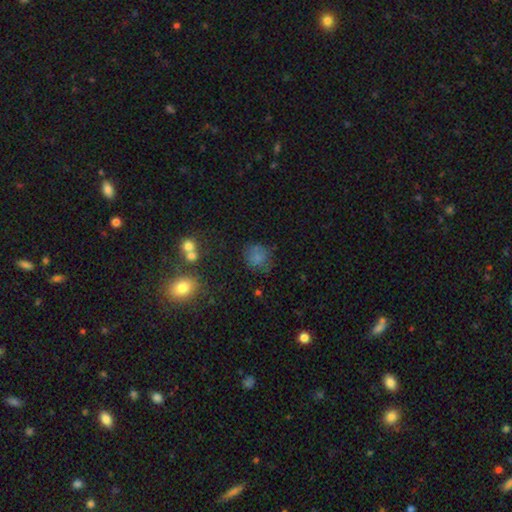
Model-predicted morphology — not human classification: The model was most divided on "smooth or featured": smooth: 63%, star or artifact: 24%, featured or disk: 13%. More confident: how rounded — round (80%); merging — none (72%).